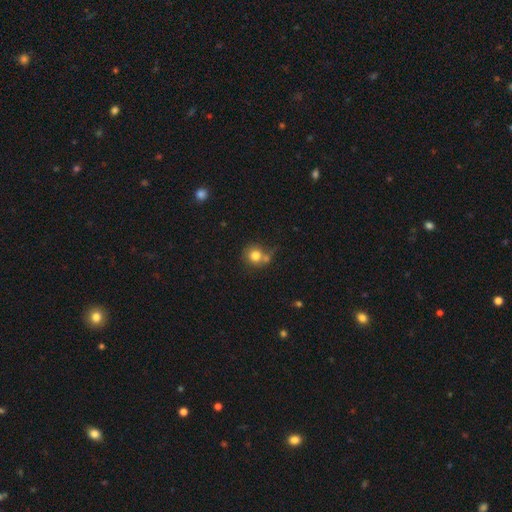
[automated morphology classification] Overall: smooth (79%). How rounded: round (86%). Merging: none (51%; merger 29%).